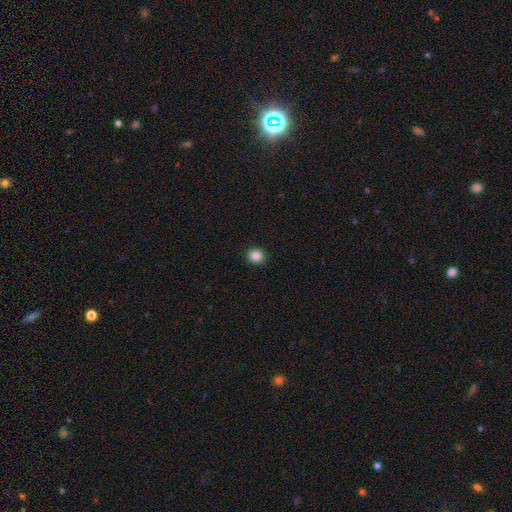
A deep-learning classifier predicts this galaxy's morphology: The model was most divided on "how rounded": round: 86%, in between: 13%, cigar-shaped: 1%. More confident: merging — none (92%); smooth or featured — smooth (86%).